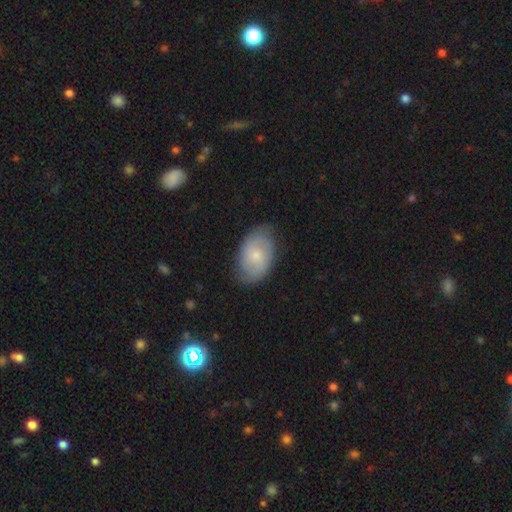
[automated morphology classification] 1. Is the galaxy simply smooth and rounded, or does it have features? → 47% featured or disk, 46% smooth, 7% star or artifact.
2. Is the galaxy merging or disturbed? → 77% none, 18% minor disturbance, 4% major disturbance, 1% merger.